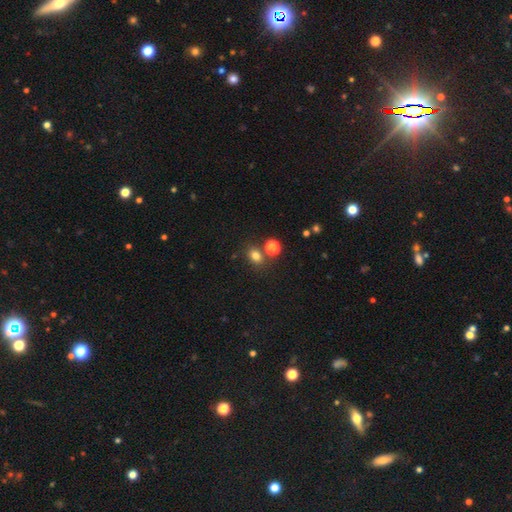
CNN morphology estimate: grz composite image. It shows a smooth galaxy with no disk features (78%) that is in between round and cigar-shaped (51%). Merging: none (69%).